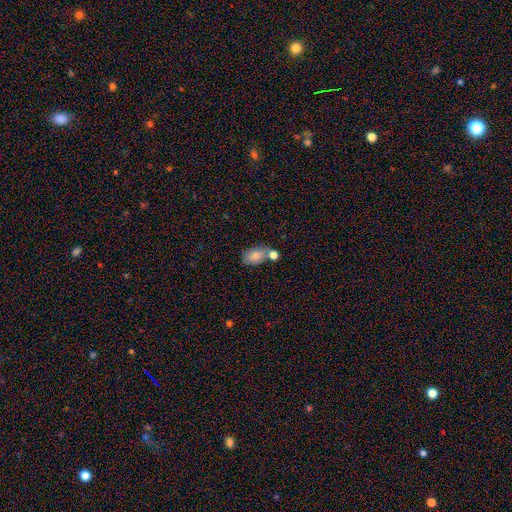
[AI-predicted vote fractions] Overall: smooth (80%). How rounded: in between (89%). Merging: none (50%; merger 28%).